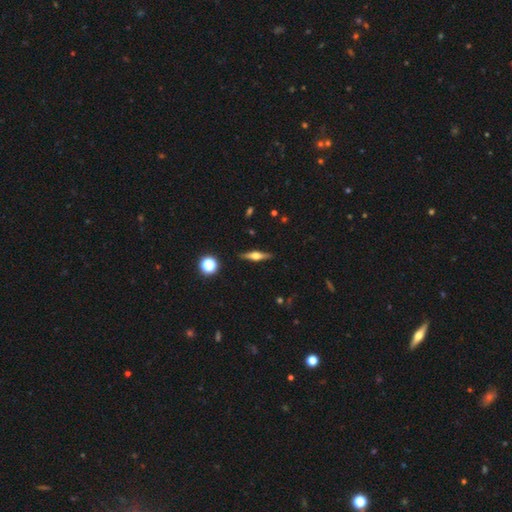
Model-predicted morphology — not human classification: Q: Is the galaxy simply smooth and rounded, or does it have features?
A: featured or disk — 62%.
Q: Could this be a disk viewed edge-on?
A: yes — 96%.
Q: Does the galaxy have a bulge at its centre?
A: rounded — 92%.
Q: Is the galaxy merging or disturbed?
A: none — 90%.